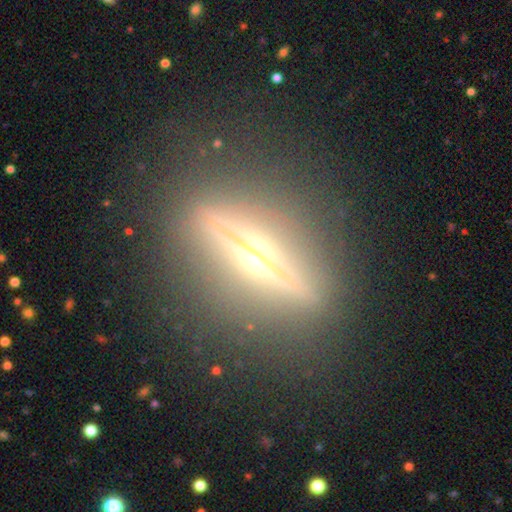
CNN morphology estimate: Smooth or featured? featured or disk (82%)
Edge-on disk? yes (94%)
Edge-on bulge? rounded (91%)
Merging? none (85%)